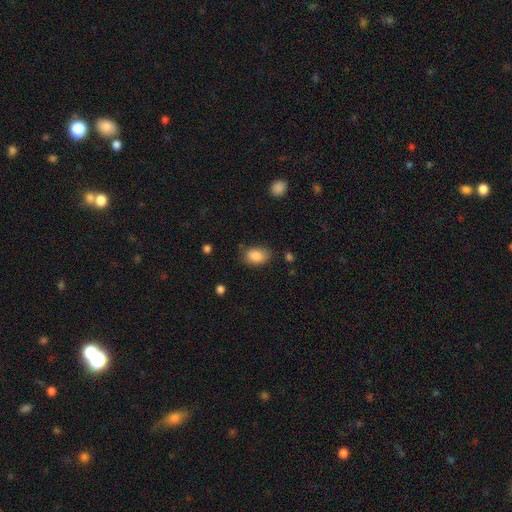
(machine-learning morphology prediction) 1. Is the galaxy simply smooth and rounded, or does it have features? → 87% smooth, 8% star or artifact, 5% featured or disk.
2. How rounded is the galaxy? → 85% in between, 13% round, 1% cigar-shaped.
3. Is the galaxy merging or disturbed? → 73% none, 19% minor disturbance, 5% major disturbance, 2% merger.